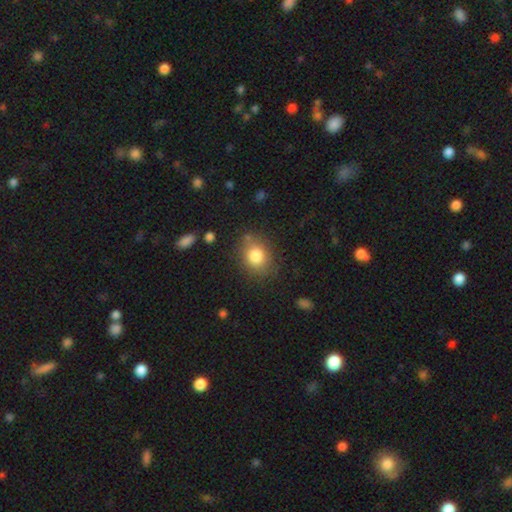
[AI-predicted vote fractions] Smooth or featured? Predicted: smooth (p=0.82). How rounded? Predicted: round (p=0.58). Merging? Predicted: none (p=0.78).